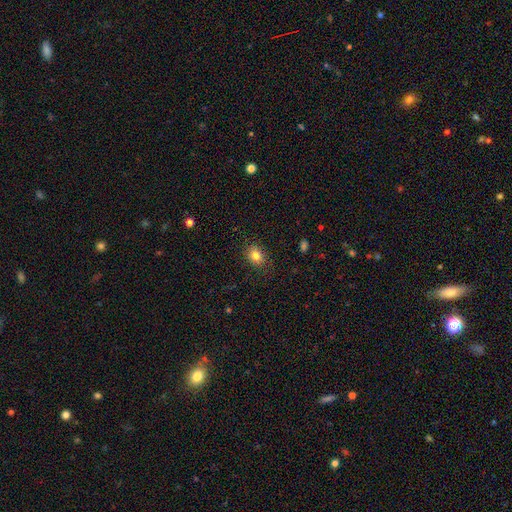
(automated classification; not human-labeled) A smooth galaxy with no disk features (81%) that is in between round and cigar-shaped (58%).

Vote fractions:
- Smooth or featured? smooth: 81% / star or artifact: 11% / featured or disk: 9%
- How rounded? in between: 58% / round: 41% / cigar-shaped: 1%
- Merging? none: 83% / minor disturbance: 12% / major disturbance: 3% / merger: 1%